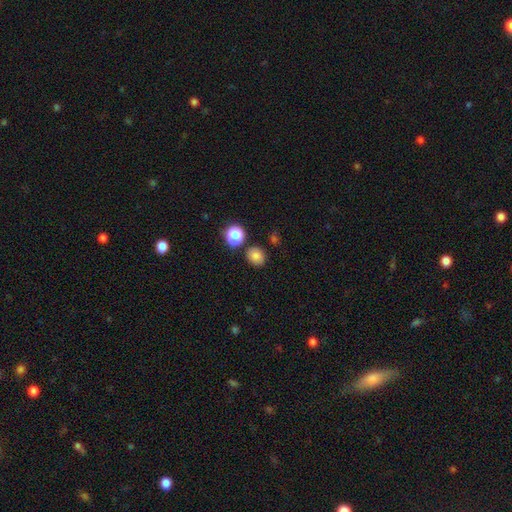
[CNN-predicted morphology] Smooth or featured?
  - smooth: 79% *
  - star or artifact: 14%
  - featured or disk: 6%
How rounded?
  - round: 73% *
  - in between: 26%
  - cigar-shaped: 1%
Merging?
  - none: 82% *
  - minor disturbance: 9%
  - merger: 6%
  - major disturbance: 3%